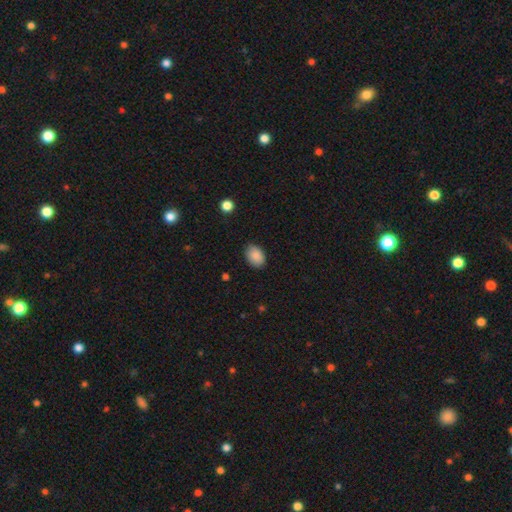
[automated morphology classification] smooth 89%, star or artifact 8%, featured or disk 4%. Down the decision tree: how rounded — in between (79%); merging — none (83%).